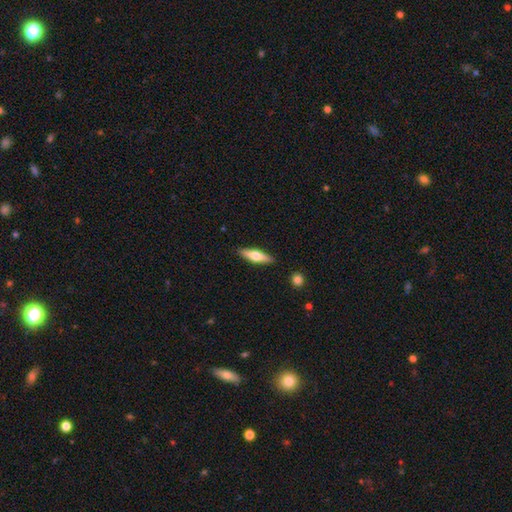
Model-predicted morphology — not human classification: smooth-or-featured: smooth: 49% | featured or disk: 45% | star or artifact: 6%
  merging: none: 89% | minor disturbance: 8% | major disturbance: 2% | merger: 2%